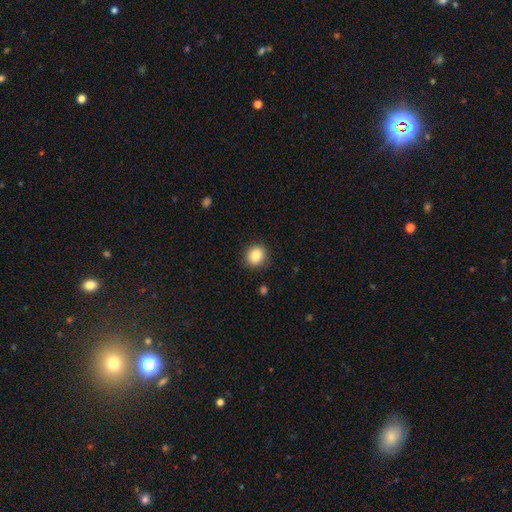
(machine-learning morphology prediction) A smooth galaxy with no disk features (85%) that is round (87%).

Vote fractions:
- Smooth or featured? smooth: 85% / star or artifact: 9% / featured or disk: 6%
- How rounded? round: 87% / in between: 12% / cigar-shaped: 1%
- Merging? none: 90% / minor disturbance: 7% / major disturbance: 2% / merger: 1%